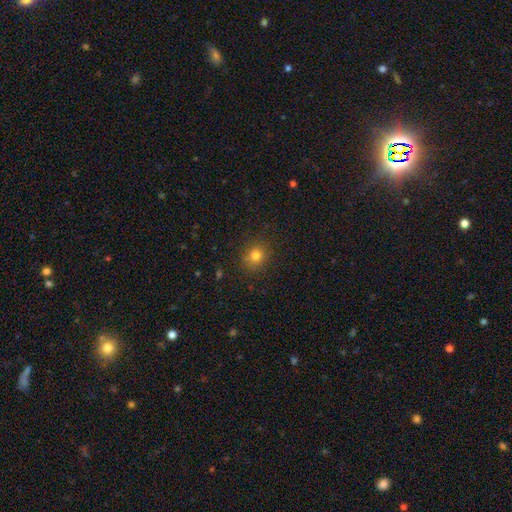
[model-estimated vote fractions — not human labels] A smooth galaxy with no disk features (79%) that is round (80%). Merging: none (88%).